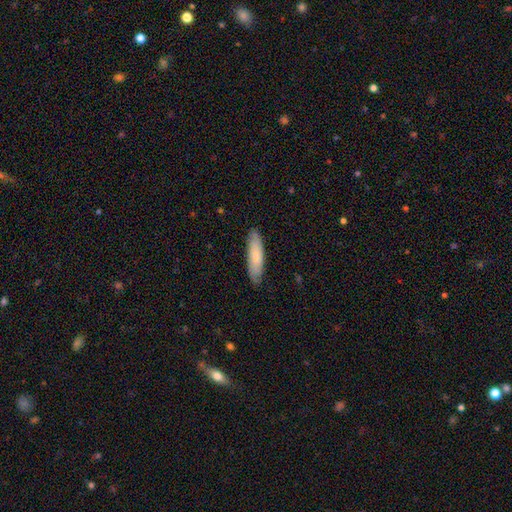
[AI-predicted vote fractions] smooth-or-featured: smooth: 77% | featured or disk: 18% | star or artifact: 5%
  how-rounded: cigar-shaped: 67% | in between: 31% | round: 1%
  merging: none: 85% | minor disturbance: 12% | major disturbance: 2% | merger: 1%